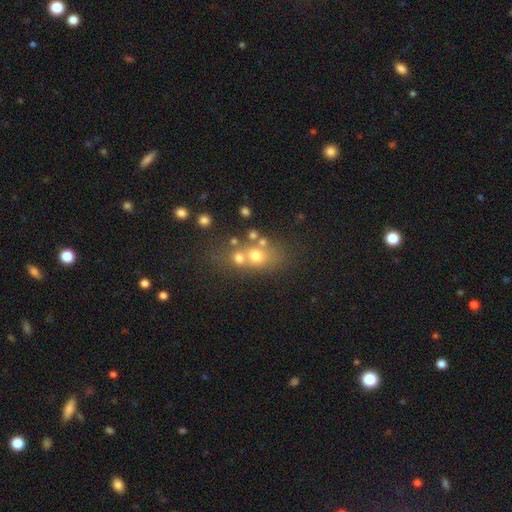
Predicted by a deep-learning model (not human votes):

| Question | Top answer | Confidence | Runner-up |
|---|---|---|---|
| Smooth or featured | smooth | 60% | featured or disk (22%) |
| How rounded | round | 55% | in between (42%) |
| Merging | merger | 43% | none (40%) |